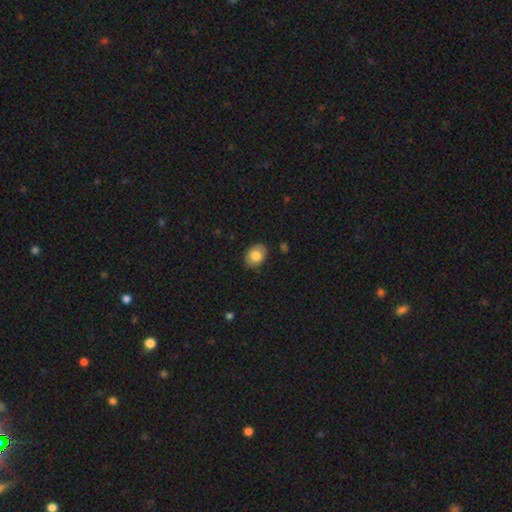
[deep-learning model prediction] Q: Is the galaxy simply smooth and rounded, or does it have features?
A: smooth — 80%.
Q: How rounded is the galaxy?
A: in between — 72%.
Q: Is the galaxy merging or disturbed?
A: none — 85%.